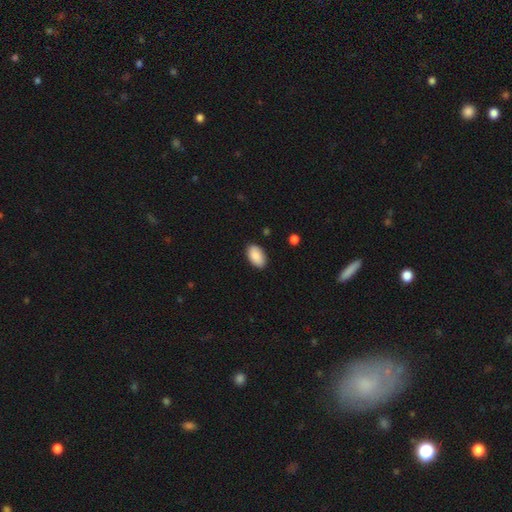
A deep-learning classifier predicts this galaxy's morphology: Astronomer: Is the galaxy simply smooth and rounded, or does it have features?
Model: smooth — 89%.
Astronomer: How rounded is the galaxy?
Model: in between — 94%.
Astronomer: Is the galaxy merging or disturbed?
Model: none — 88%.